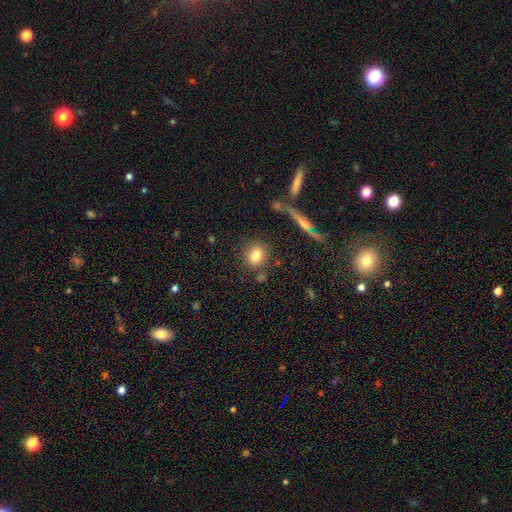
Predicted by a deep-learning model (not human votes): A smooth galaxy with no disk features (80%) that is round (77%).

Vote fractions:
- Smooth or featured? smooth: 80% / star or artifact: 10% / featured or disk: 10%
- How rounded? round: 77% / in between: 21% / cigar-shaped: 2%
- Merging? none: 82% / minor disturbance: 9% / merger: 6% / major disturbance: 3%